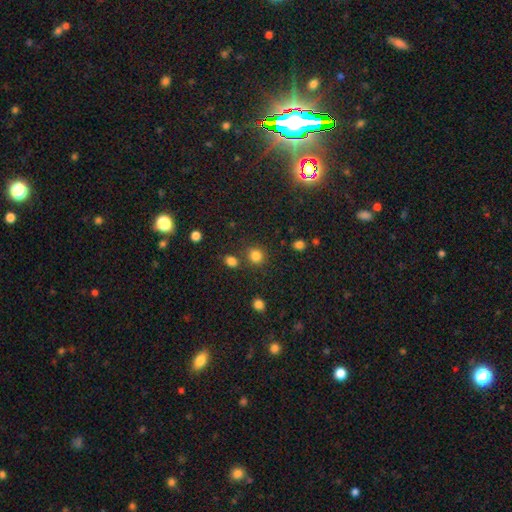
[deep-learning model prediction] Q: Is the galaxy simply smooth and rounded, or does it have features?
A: smooth — 82%.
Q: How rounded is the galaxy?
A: round — 82%.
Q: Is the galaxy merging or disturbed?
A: none — 77%.